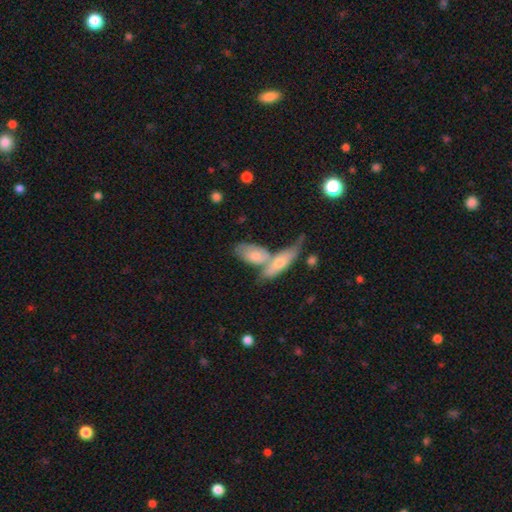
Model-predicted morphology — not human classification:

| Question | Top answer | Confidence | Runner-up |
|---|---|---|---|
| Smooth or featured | smooth | 64% | featured or disk (30%) |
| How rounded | in between | 84% | cigar-shaped (12%) |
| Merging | merger | 55% | none (27%) |